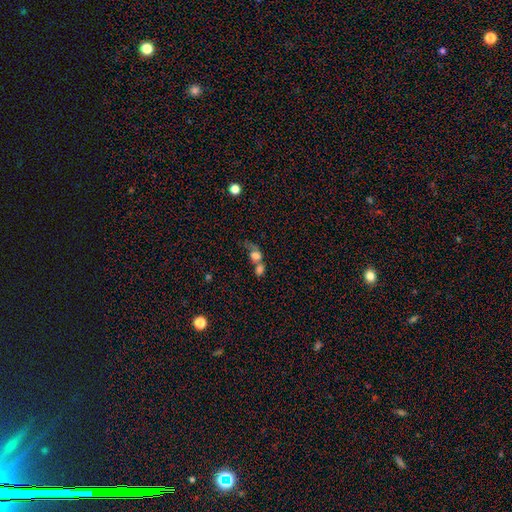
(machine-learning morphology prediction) Q: Smooth or featured?
A: smooth (66%); runner-up: featured or disk (22%)
Q: How rounded?
A: in between (53%); runner-up: round (43%)
Q: Merging?
A: merger (69%); runner-up: none (13%)